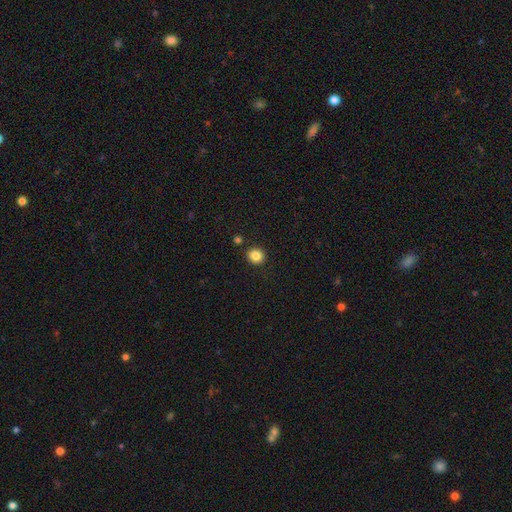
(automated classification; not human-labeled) Q: Smooth or featured?
A: smooth (86%); runner-up: star or artifact (10%)
Q: How rounded?
A: round (85%); runner-up: in between (15%)
Q: Merging?
A: none (88%); runner-up: minor disturbance (6%)